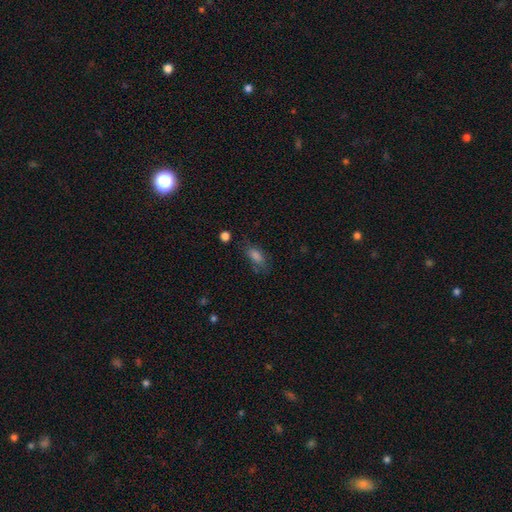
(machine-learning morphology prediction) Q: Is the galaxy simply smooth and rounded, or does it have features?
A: smooth — 69%.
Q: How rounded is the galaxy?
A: in between — 75%.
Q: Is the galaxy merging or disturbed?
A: none — 65%.